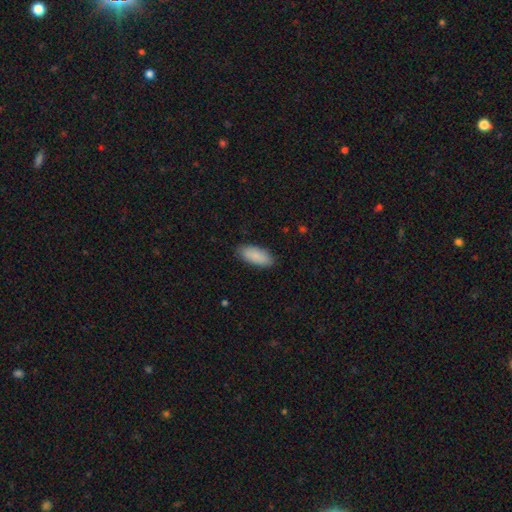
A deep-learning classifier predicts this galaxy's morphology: Smooth or featured? smooth (89%)
How rounded? in between (85%)
Merging? none (87%)